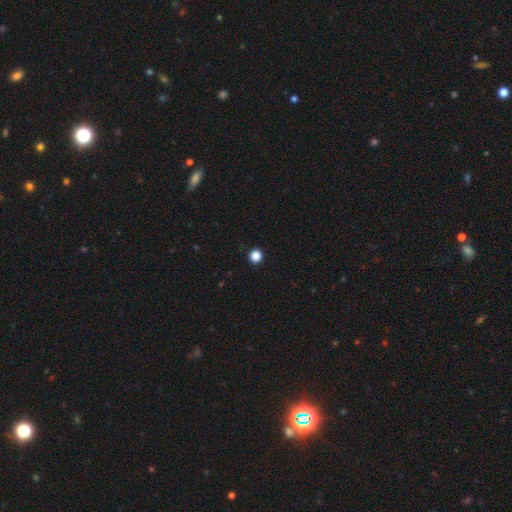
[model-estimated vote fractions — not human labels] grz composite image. It shows a smooth galaxy with no disk features (86%) that is round (95%). Merging: none (94%).